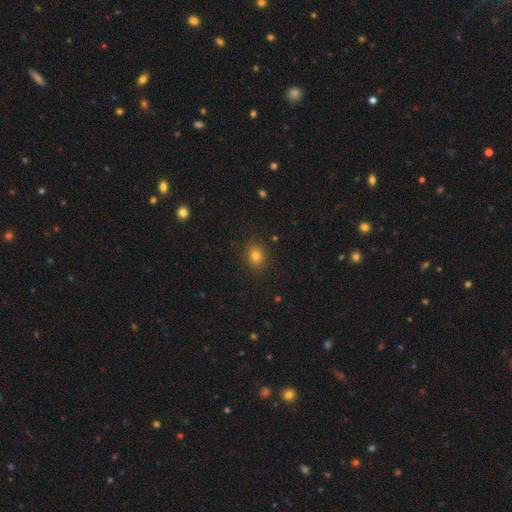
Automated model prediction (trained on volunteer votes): A smooth galaxy with no disk features (79%) that is round (66%).

Vote fractions:
- Smooth or featured? smooth: 79% / star or artifact: 14% / featured or disk: 7%
- How rounded? round: 66% / in between: 33% / cigar-shaped: 1%
- Merging? none: 89% / minor disturbance: 8% / major disturbance: 2% / merger: 1%